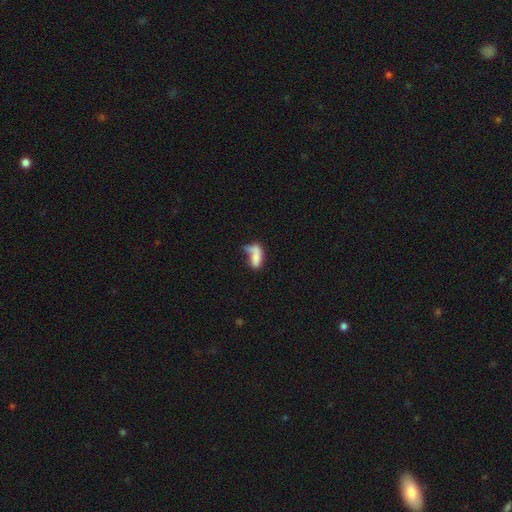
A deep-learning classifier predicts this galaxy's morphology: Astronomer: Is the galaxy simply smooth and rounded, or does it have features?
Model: smooth — 68%.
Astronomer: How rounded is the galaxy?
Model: in between — 67%.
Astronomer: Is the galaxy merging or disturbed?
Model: merger — 31% (runner-up: none, 26%).